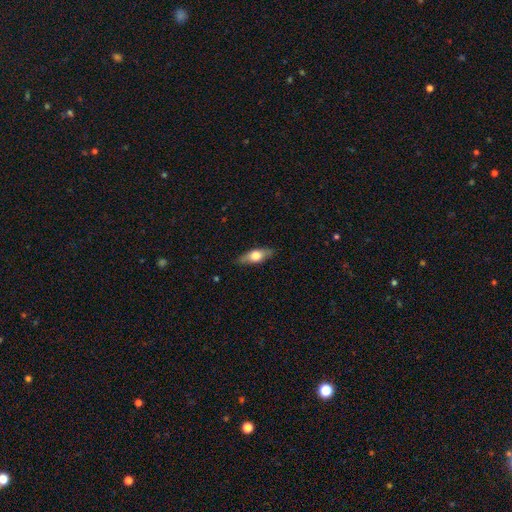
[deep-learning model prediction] Smooth or featured? Predicted: smooth (p=0.53). How rounded? Predicted: in between (p=0.64). Merging? Predicted: none (p=0.83).